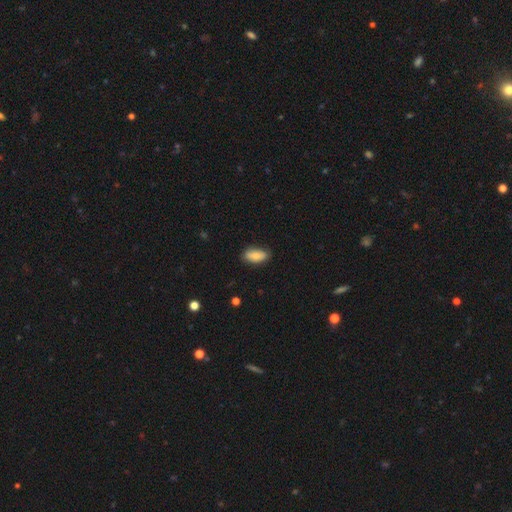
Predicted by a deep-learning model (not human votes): smooth 78%, featured or disk 15%, star or artifact 7%. Down the decision tree: how rounded — in between (89%); merging — none (82%).